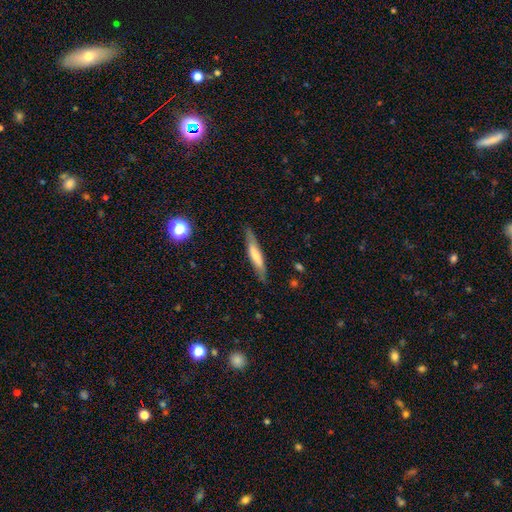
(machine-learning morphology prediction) Smooth or featured? smooth (58%)
How rounded? cigar-shaped (87%)
Merging? none (82%)